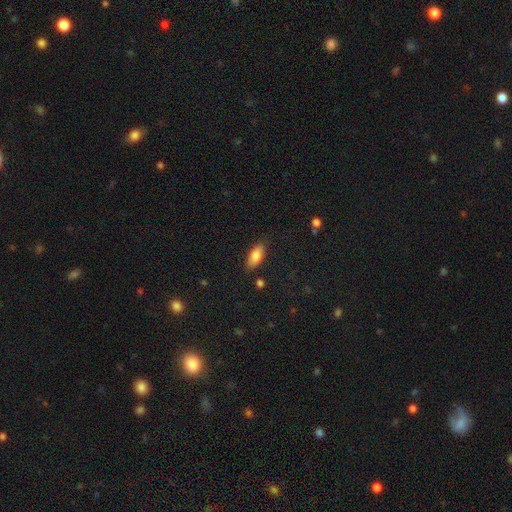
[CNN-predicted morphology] Smooth or featured? Predicted: smooth (p=0.82). How rounded? Predicted: in between (p=0.82). Merging? Predicted: none (p=0.83).